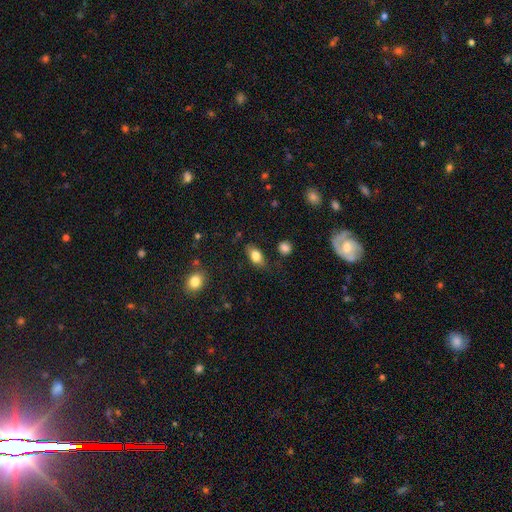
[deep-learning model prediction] This is likely a smooth galaxy (80%). How rounded: clearly in between (86%). Merging: likely none (77%).